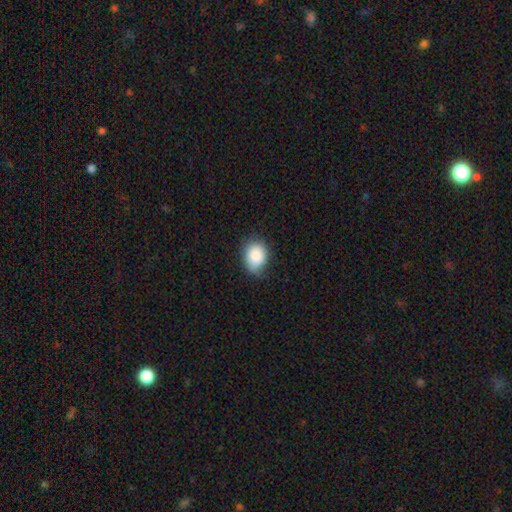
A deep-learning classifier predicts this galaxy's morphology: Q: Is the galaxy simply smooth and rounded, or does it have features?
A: smooth — 84%.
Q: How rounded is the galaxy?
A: in between — 55%.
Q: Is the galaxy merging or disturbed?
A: none — 54%.